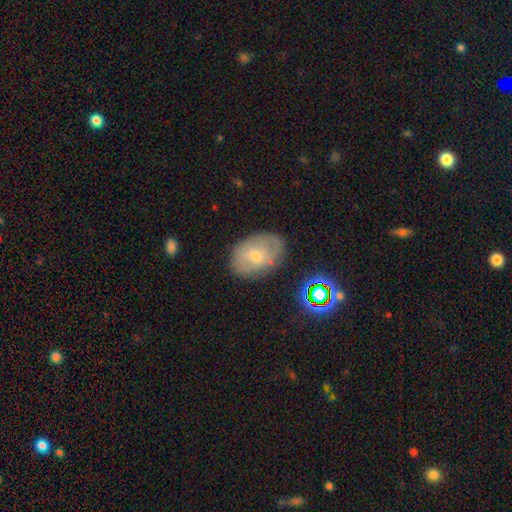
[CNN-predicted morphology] This appears to be a smooth galaxy with no disk features (46%). Merging: none (75%).